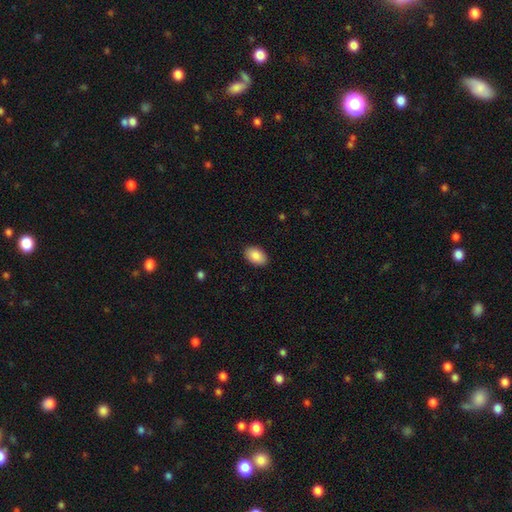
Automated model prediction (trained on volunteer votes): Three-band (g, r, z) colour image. It shows a smooth galaxy with no disk features (89%) that is in between round and cigar-shaped (92%). Merging: none (89%).